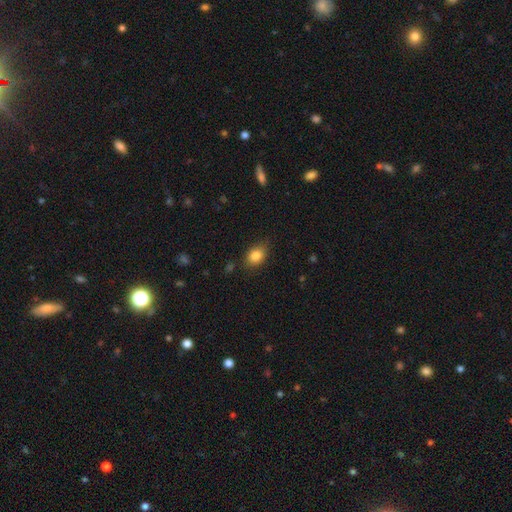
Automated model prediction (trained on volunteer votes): smooth 84%, star or artifact 9%, featured or disk 7%. Down the decision tree: how rounded — in between (68%); merging — none (76%).